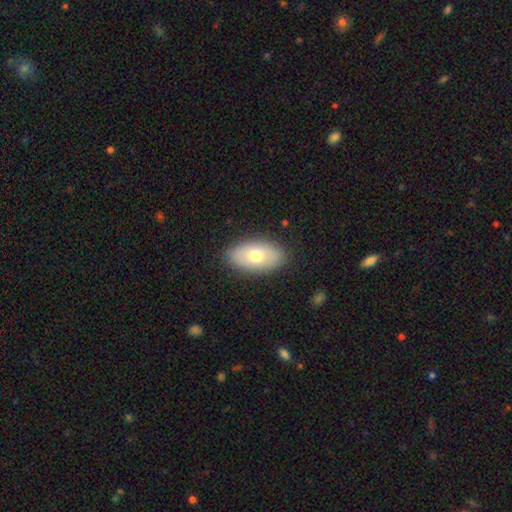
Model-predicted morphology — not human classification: smooth-or-featured: smooth: 71% | featured or disk: 23% | star or artifact: 7%
  how-rounded: in between: 93% | round: 5% | cigar-shaped: 2%
  merging: none: 86% | minor disturbance: 10% | major disturbance: 2% | merger: 1%